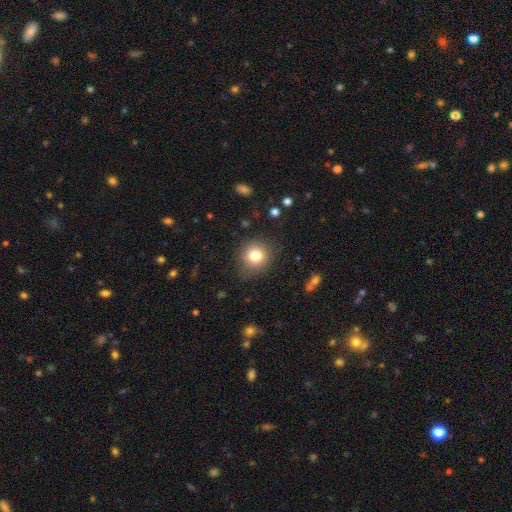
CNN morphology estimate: Smooth or featured? smooth (79%)
How rounded? round (89%)
Merging? none (83%)